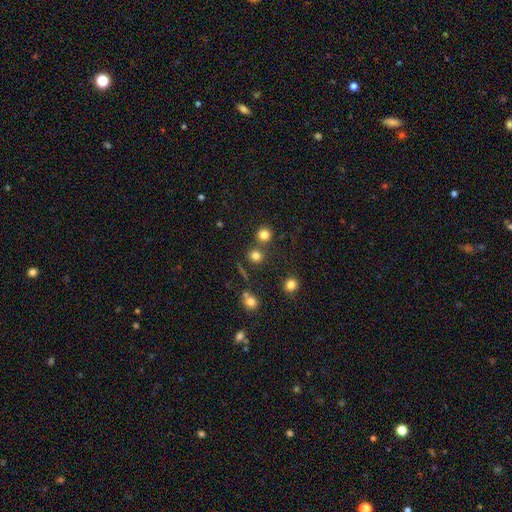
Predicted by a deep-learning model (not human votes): A smooth galaxy with no disk features (76%) that is round (89%). Merging: none (70%).